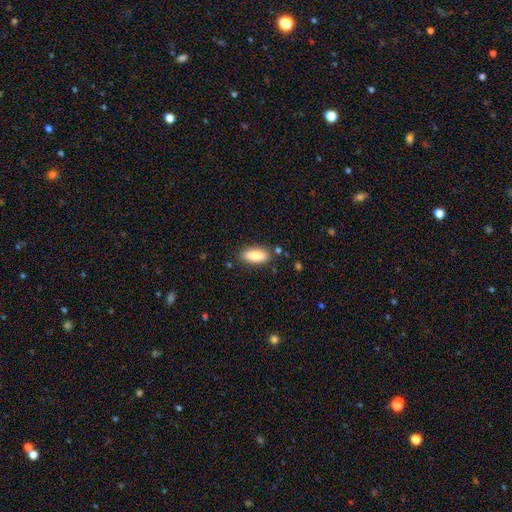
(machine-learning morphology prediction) Smooth or featured?
  - smooth: 84% *
  - featured or disk: 9%
  - star or artifact: 7%
How rounded?
  - in between: 80% *
  - cigar-shaped: 18%
  - round: 2%
Merging?
  - none: 83% *
  - minor disturbance: 12%
  - merger: 3%
  - major disturbance: 3%